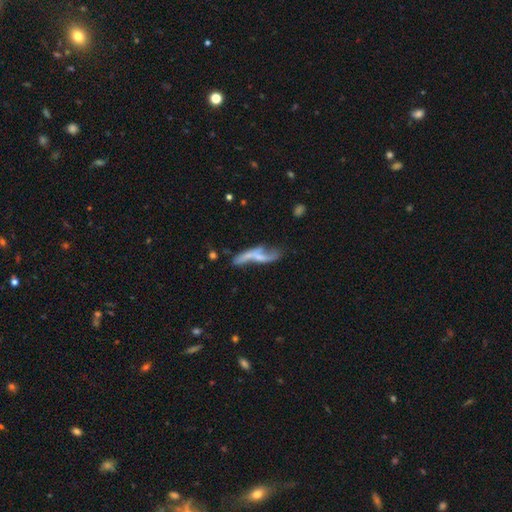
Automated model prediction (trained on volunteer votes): A featured or disk galaxy (60%). Merging: none (35%).